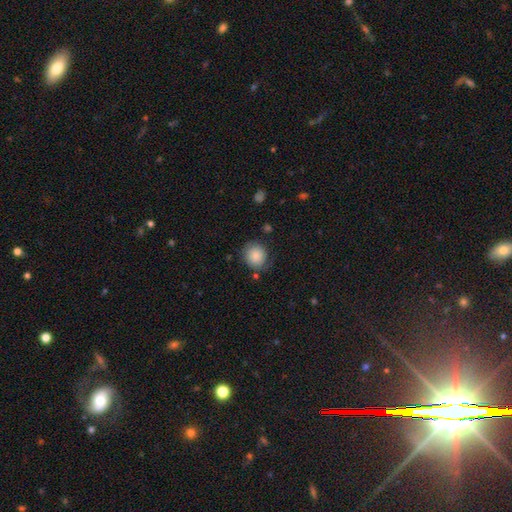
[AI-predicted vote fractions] A smooth galaxy with no disk features (81%) that is round (84%).

Vote fractions:
- Smooth or featured? smooth: 81% / featured or disk: 10% / star or artifact: 8%
- How rounded? round: 84% / in between: 15% / cigar-shaped: 1%
- Merging? none: 72% / minor disturbance: 19% / major disturbance: 7% / merger: 3%